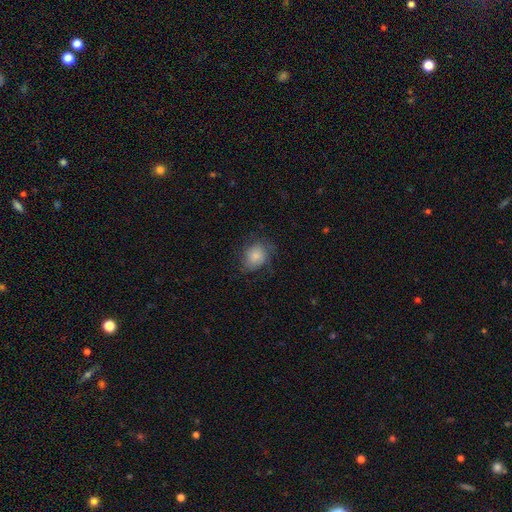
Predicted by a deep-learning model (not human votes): Smooth or featured? smooth (78%)
How rounded? round (62%)
Merging? none (65%)